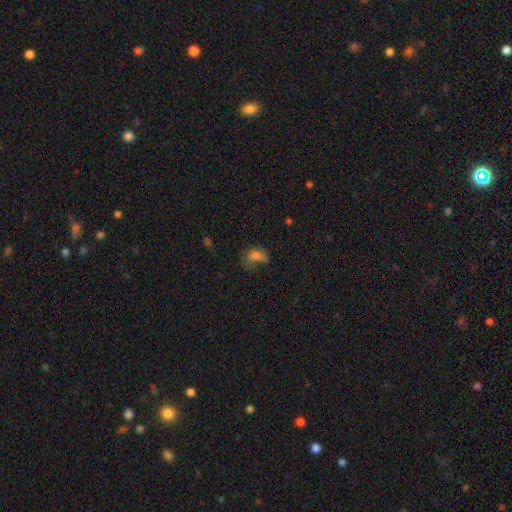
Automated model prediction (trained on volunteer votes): Smooth or featured: smooth — 70% (star or artifact — 15%)
How rounded: in between — 78% (round — 19%)
Merging: none — 34% (major disturbance — 33%)